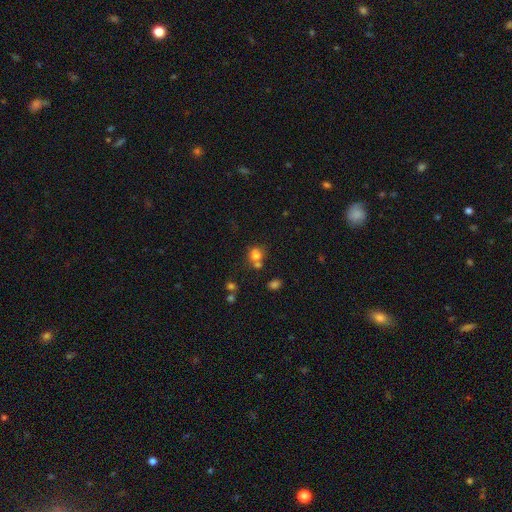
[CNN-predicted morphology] A smooth galaxy with no disk features (74%) that is round (73%). Merging: none (49%).